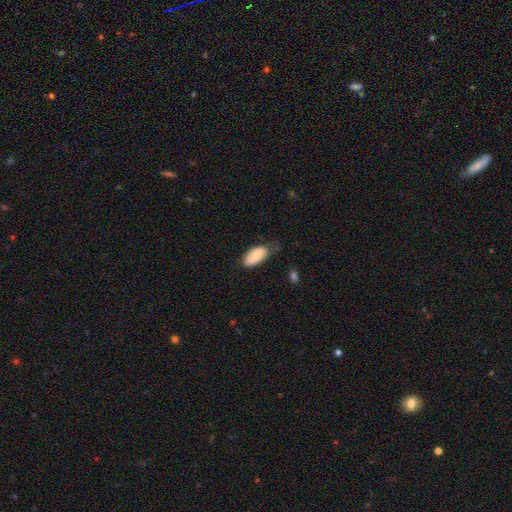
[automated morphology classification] A smooth galaxy with no disk features (72%) that is in between round and cigar-shaped (92%). Merging: none (51%).